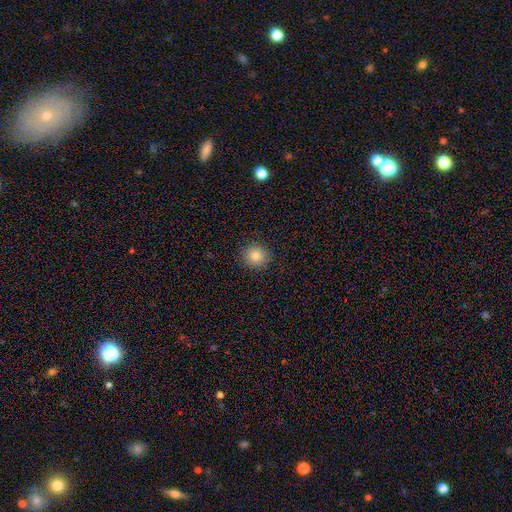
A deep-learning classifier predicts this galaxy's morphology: Smooth or featured? Predicted: smooth (p=0.83). How rounded? Predicted: round (p=0.91). Merging? Predicted: none (p=0.91).